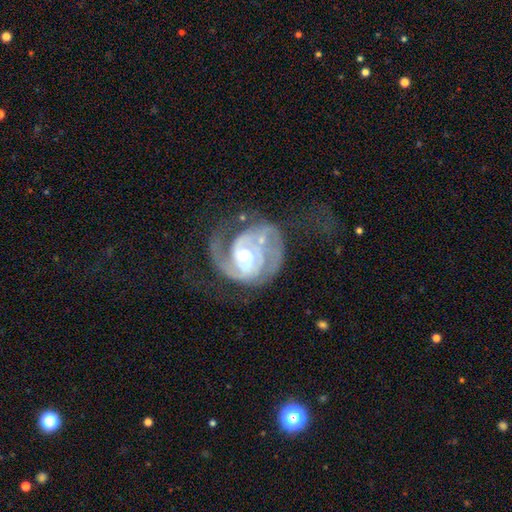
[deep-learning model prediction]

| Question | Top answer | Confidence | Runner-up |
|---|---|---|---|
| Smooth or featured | featured or disk | 88% | star or artifact (6%) |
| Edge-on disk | no | 98% | yes (2%) |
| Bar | no | 46% | weak (39%) |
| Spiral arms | yes | 96% | no (4%) |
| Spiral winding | tight | 54% | medium (37%) |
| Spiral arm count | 2 | 56% | 3 (15%) |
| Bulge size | moderate | 48% | small (44%) |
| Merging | none | 49% | major disturbance (27%) |